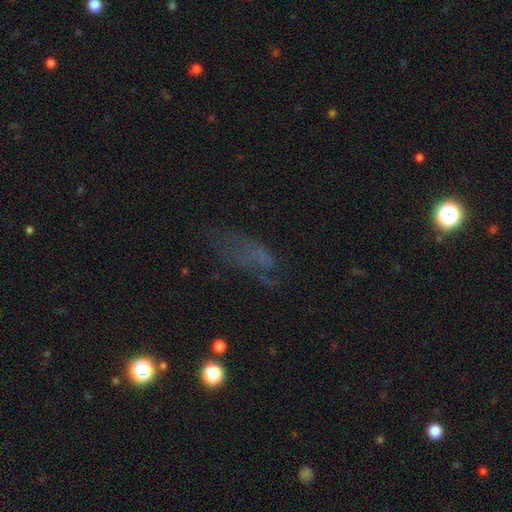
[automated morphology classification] Overall: smooth (41%; featured or disk 33%). Merging: none (43%; major disturbance 31%).